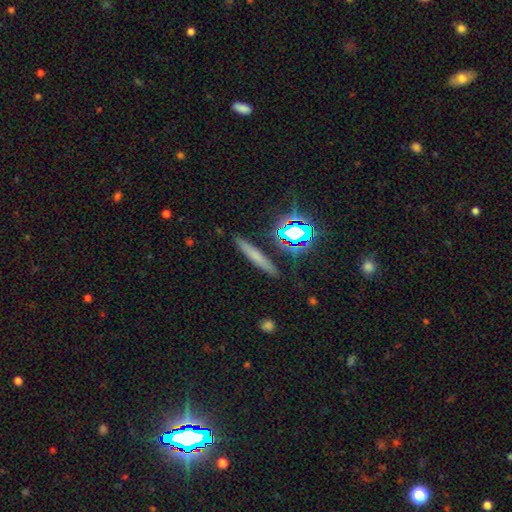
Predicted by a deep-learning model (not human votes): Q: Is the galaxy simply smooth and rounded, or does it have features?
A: smooth — 57%.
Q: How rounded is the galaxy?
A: cigar-shaped — 88%.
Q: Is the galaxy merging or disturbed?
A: none — 86%.